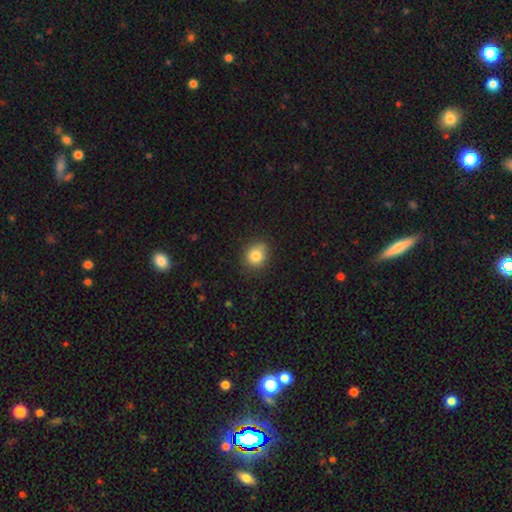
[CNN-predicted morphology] This appears to be a smooth galaxy with no disk features (81%) that is round (70%). Merging: none (78%).